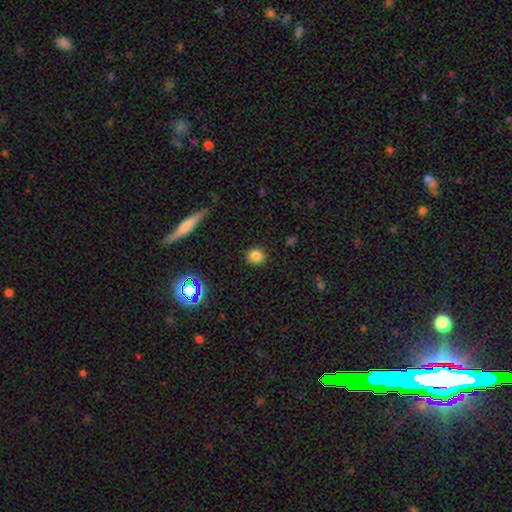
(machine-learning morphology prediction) The model was most divided on "how rounded": round: 78%, in between: 20%, cigar-shaped: 1%. More confident: merging — none (89%); smooth or featured — smooth (82%).